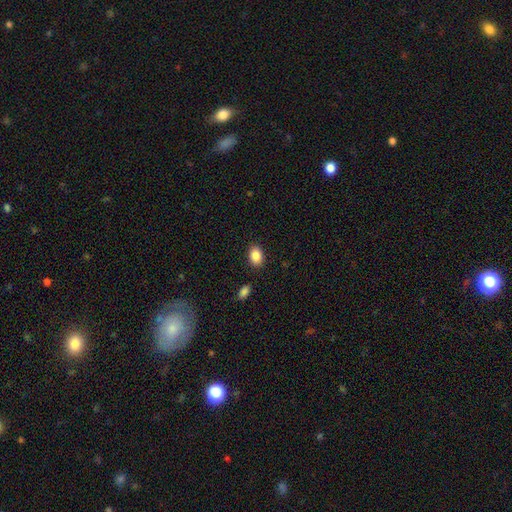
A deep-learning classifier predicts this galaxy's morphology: This appears to be a smooth galaxy with no disk features (87%) that is in between round and cigar-shaped (81%). Merging: none (87%).